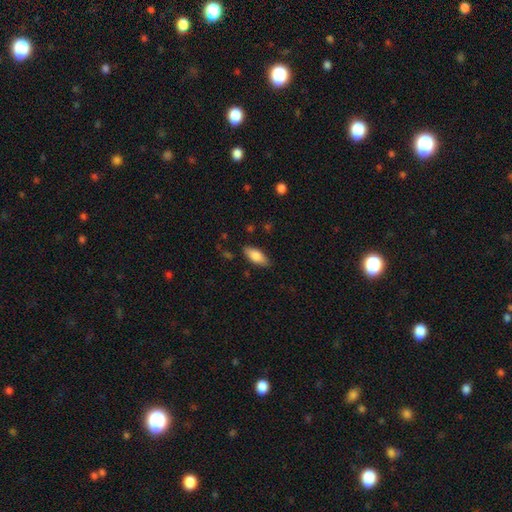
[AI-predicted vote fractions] Smooth or featured? Predicted: smooth (p=0.81). How rounded? Predicted: in between (p=0.84). Merging? Predicted: none (p=0.83).